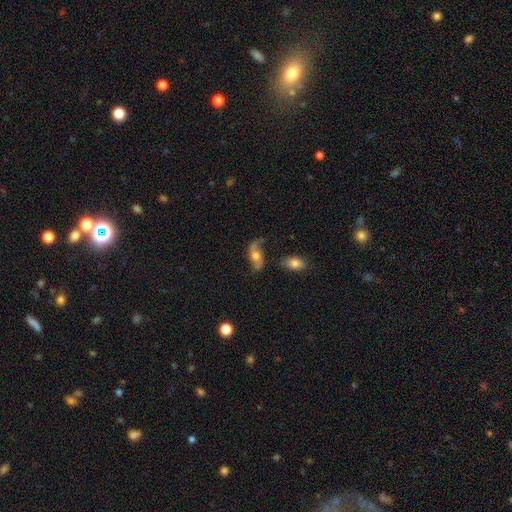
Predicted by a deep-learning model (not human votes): smooth_or_featured: featured or disk (p=0.70) [alt: smooth p=0.22]
disk_edge_on: no (p=0.92) [alt: yes p=0.08]
bar: no (p=0.68) [alt: weak p=0.25]
has_spiral_arms: yes (p=0.89) [alt: no p=0.11]
spiral_winding: loose (p=0.81) [alt: medium p=0.15]
spiral_arm_count: 2 (p=0.88) [alt: 1 p=0.07]
bulge_size: moderate (p=0.66) [alt: small p=0.16]
merging: none (p=0.60) [alt: minor disturbance p=0.22]